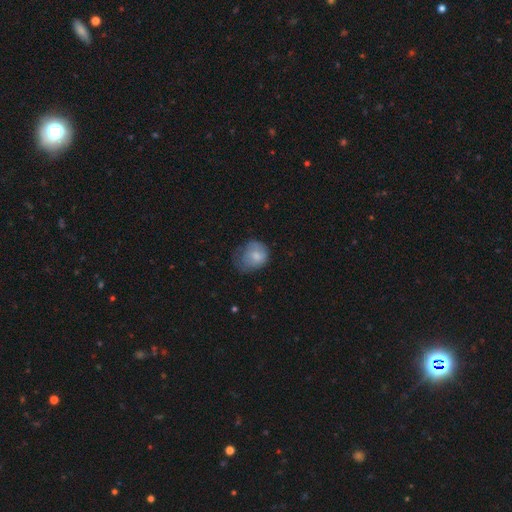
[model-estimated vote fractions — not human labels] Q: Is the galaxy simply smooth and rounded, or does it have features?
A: smooth — 73%.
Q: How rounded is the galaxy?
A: round — 56%.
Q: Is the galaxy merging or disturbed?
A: minor disturbance — 38%.